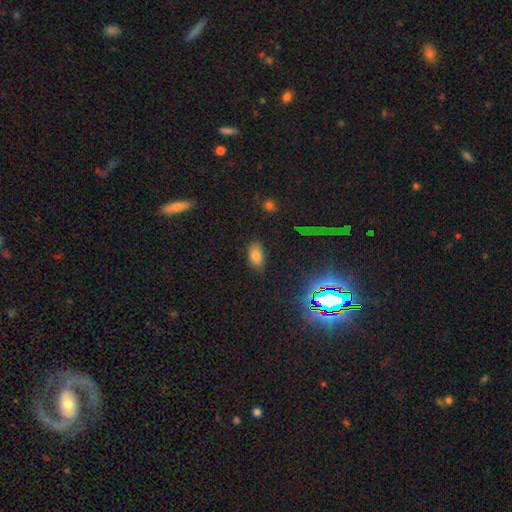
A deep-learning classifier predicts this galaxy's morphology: smooth-or-featured: smooth: 79% | star or artifact: 13% | featured or disk: 8%
  how-rounded: in between: 91% | round: 7% | cigar-shaped: 2%
  merging: none: 84% | minor disturbance: 12% | major disturbance: 3% | merger: 2%